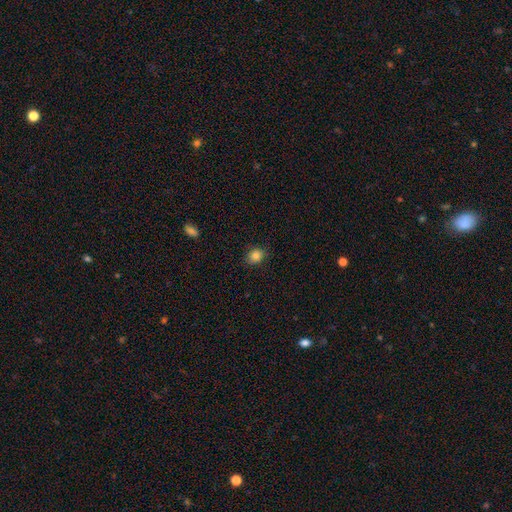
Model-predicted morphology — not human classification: Smooth or featured? smooth (84%)
How rounded? round (60%)
Merging? none (85%)